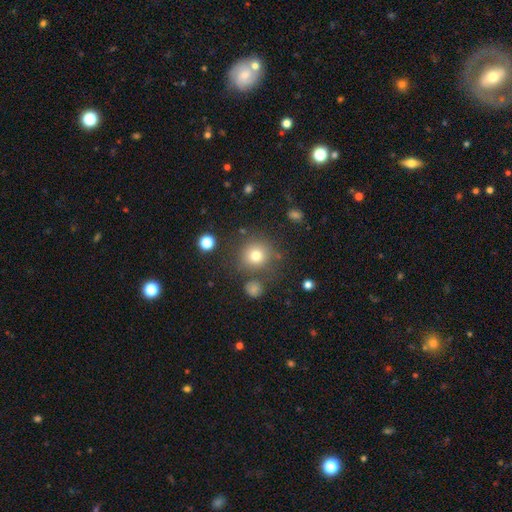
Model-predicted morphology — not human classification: smooth 76%, star or artifact 15%, featured or disk 9%. Down the decision tree: how rounded — round (91%); merging — none (79%).